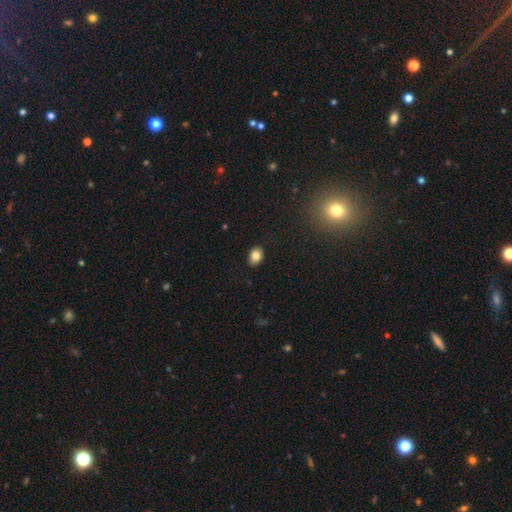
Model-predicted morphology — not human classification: A smooth galaxy with no disk features (83%) that is in between round and cigar-shaped (76%).

Vote fractions:
- Smooth or featured? smooth: 83% / star or artifact: 9% / featured or disk: 8%
- How rounded? in between: 76% / round: 23% / cigar-shaped: 1%
- Merging? none: 87% / minor disturbance: 10% / major disturbance: 2% / merger: 1%